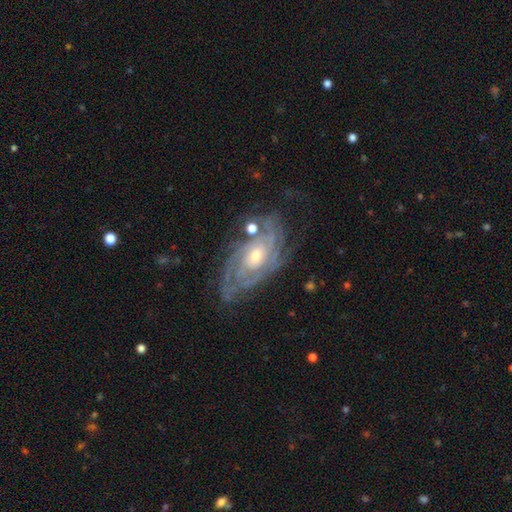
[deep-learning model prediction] Smooth or featured? Predicted: featured or disk (p=0.88). Edge-on disk? Predicted: no (p=0.95). Bar? Predicted: no (p=0.67). Spiral arms? Predicted: yes (p=0.96). Spiral winding? Predicted: tight (p=0.73). Spiral arm count? Predicted: can't tell (p=0.31). Bulge size? Predicted: moderate (p=0.53). Merging? Predicted: none (p=0.69).